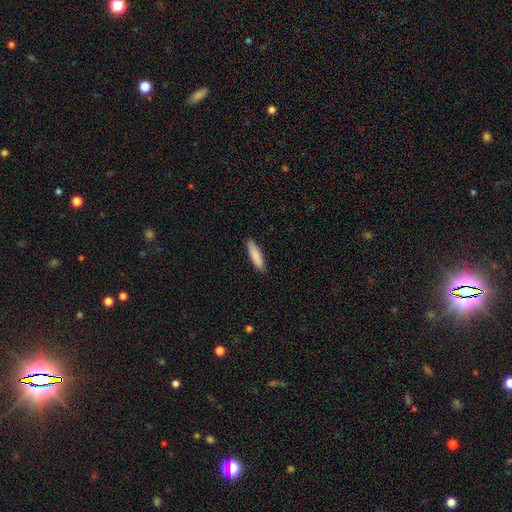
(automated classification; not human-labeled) Morphology: type=smooth (86%); roundness=cigar-shaped (76%); merging=none (89%).